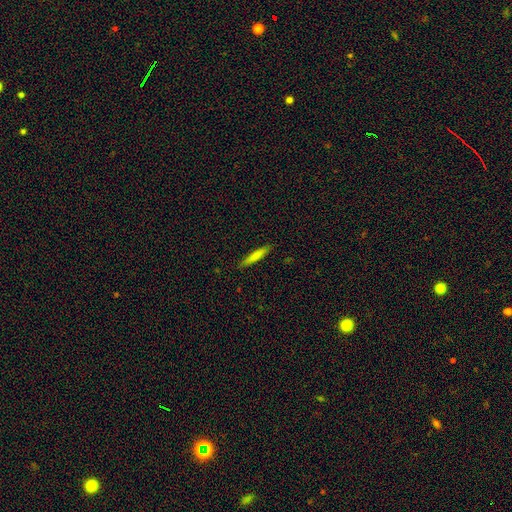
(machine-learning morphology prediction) A smooth galaxy with no disk features (75%) that is cigar-shaped (92%). Merging: none (88%).